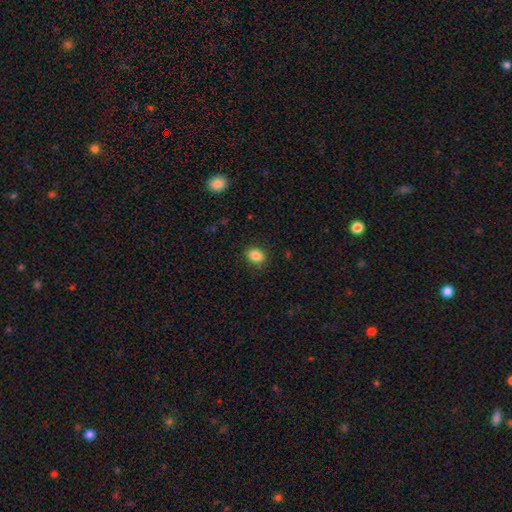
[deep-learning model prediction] Morphology: type=smooth (86%); roundness=in between (65%); merging=none (86%).